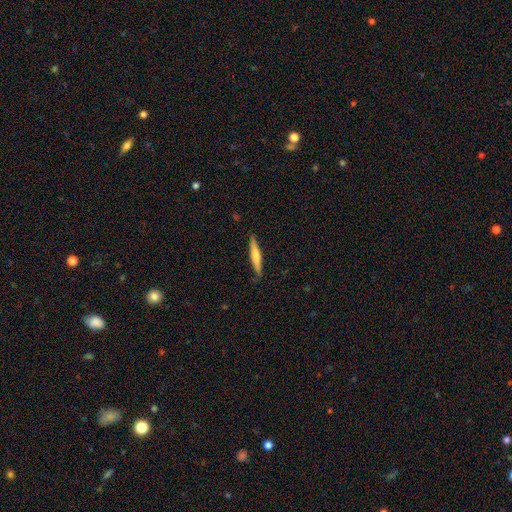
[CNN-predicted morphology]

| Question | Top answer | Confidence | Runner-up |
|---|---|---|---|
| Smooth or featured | smooth | 60% | featured or disk (35%) |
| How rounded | cigar-shaped | 93% | in between (6%) |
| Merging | none | 88% | minor disturbance (10%) |